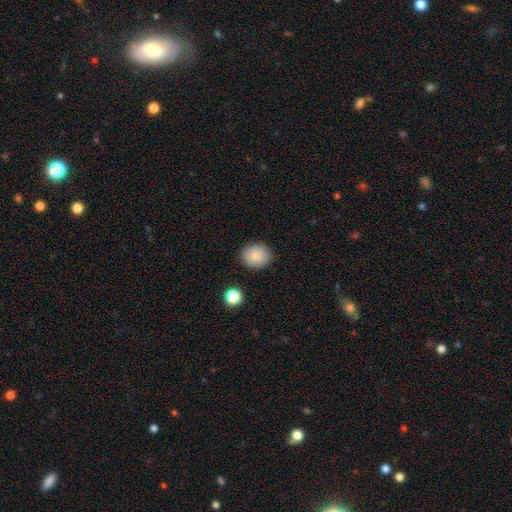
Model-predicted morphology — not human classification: A smooth galaxy with no disk features (85%) that is round (71%).

Vote fractions:
- Smooth or featured? smooth: 85% / star or artifact: 8% / featured or disk: 7%
- How rounded? round: 71% / in between: 28% / cigar-shaped: 1%
- Merging? none: 87% / minor disturbance: 9% / major disturbance: 2% / merger: 2%